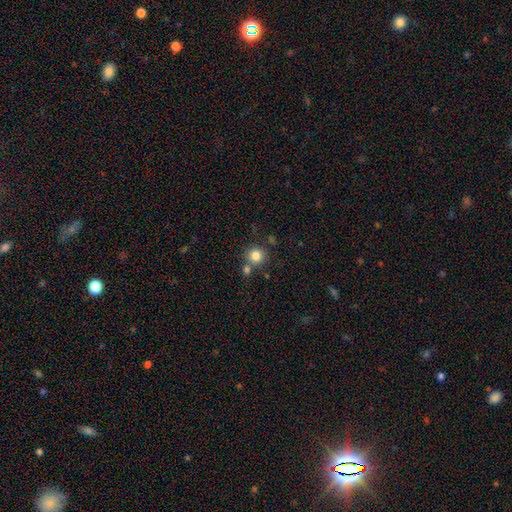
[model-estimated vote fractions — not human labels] Q: Smooth or featured?
A: smooth (83%); runner-up: star or artifact (11%)
Q: How rounded?
A: round (92%); runner-up: in between (7%)
Q: Merging?
A: none (70%); runner-up: merger (18%)